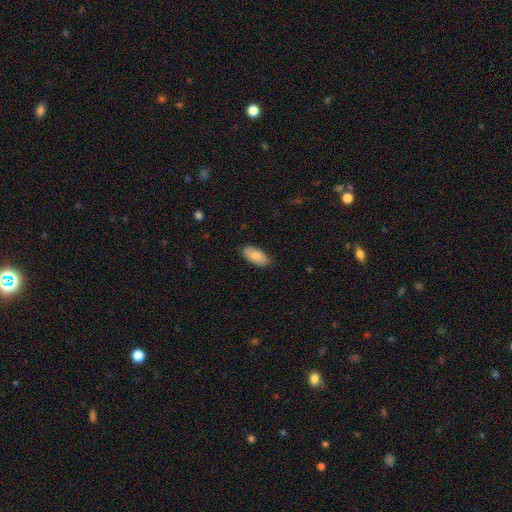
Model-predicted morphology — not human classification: Smooth or featured? Predicted: smooth (p=0.79). How rounded? Predicted: in between (p=0.94). Merging? Predicted: none (p=0.84).